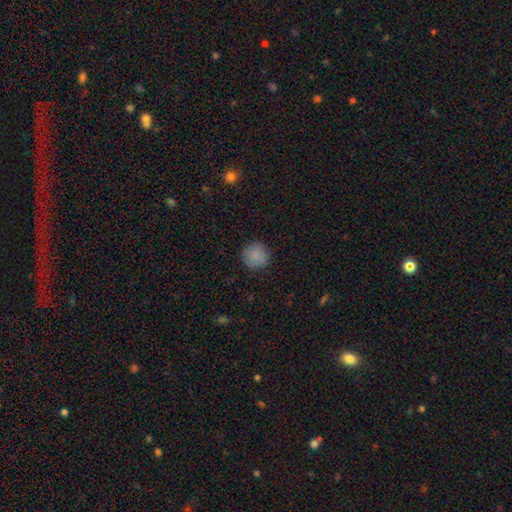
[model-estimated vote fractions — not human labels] Smooth or featured?
  - smooth: 86% *
  - star or artifact: 9%
  - featured or disk: 5%
How rounded?
  - round: 94% *
  - in between: 5%
  - cigar-shaped: 1%
Merging?
  - none: 87% *
  - minor disturbance: 9%
  - major disturbance: 2%
  - merger: 1%